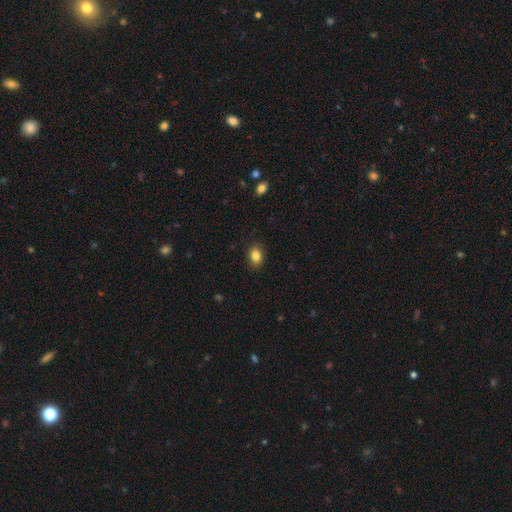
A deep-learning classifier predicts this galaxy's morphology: type=smooth (86%); roundness=in between (73%); merging=none (87%).